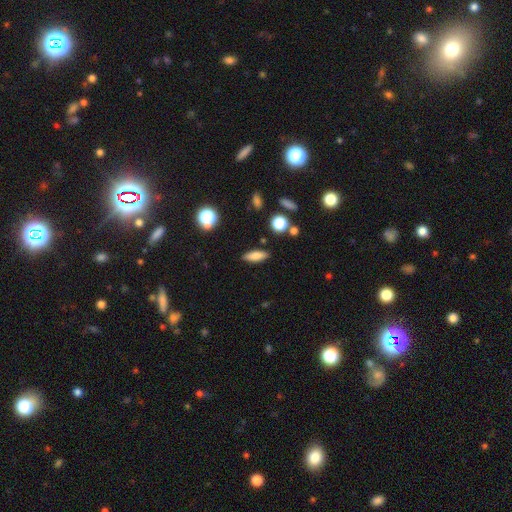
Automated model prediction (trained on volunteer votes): Overall: smooth (78%). How rounded: in between (59%; cigar-shaped 37%). Merging: none (87%).